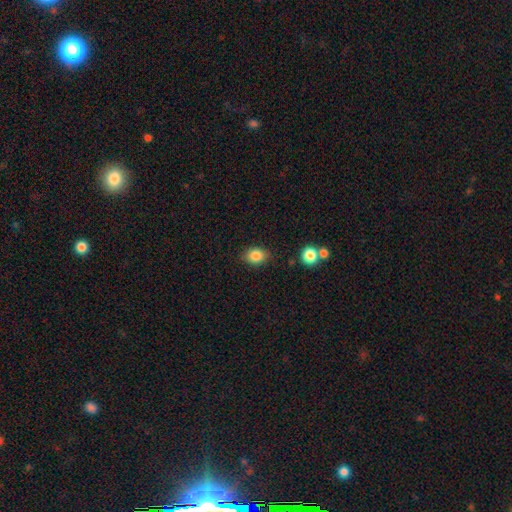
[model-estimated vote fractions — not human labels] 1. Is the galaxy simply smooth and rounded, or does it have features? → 84% smooth, 10% star or artifact, 6% featured or disk.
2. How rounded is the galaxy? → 60% in between, 38% round, 1% cigar-shaped.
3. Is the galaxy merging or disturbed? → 82% none, 12% minor disturbance, 3% merger, 3% major disturbance.